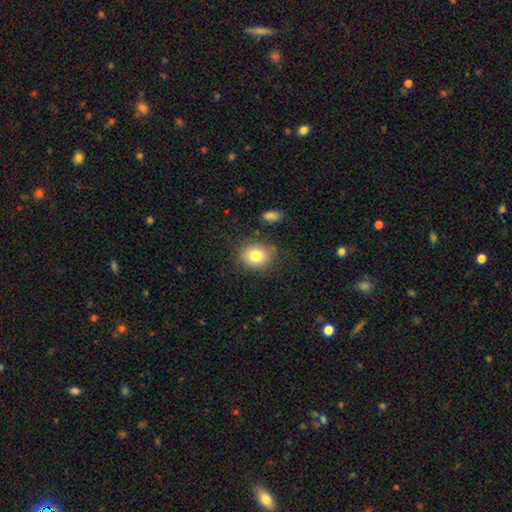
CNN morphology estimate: Smooth or featured? smooth (81%)
How rounded? round (66%)
Merging? none (79%)